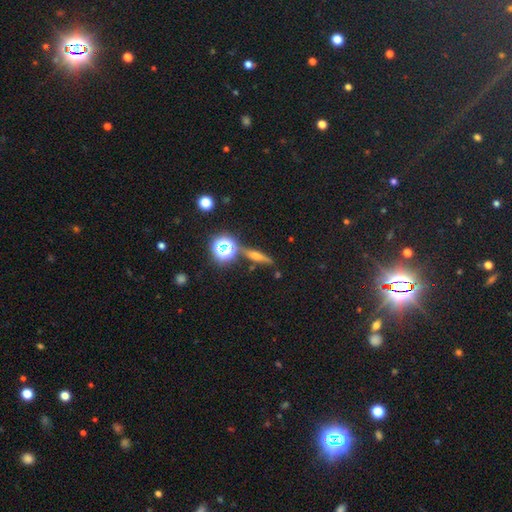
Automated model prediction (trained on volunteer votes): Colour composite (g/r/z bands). It shows a featured or disk galaxy (43%). Merging: none (81%).